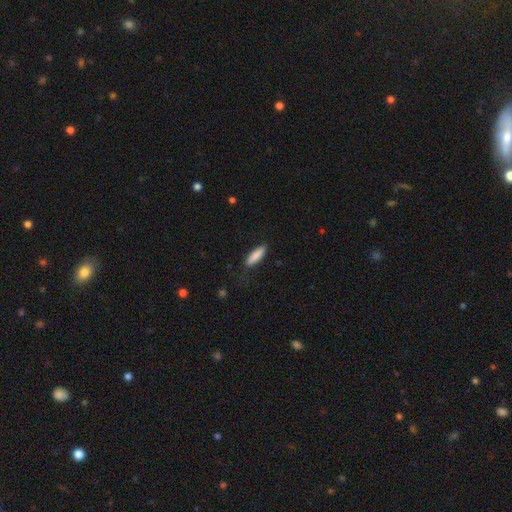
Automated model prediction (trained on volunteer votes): Q: Smooth or featured?
A: smooth (87%); runner-up: featured or disk (7%)
Q: How rounded?
A: cigar-shaped (58%); runner-up: in between (41%)
Q: Merging?
A: none (83%); runner-up: minor disturbance (13%)